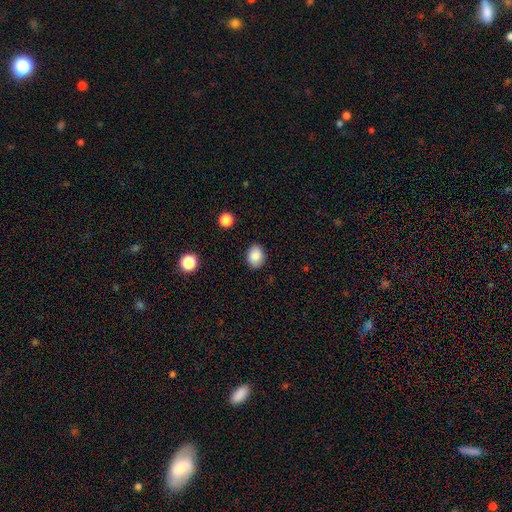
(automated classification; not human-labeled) A smooth galaxy with no disk features (87%) that is in between round and cigar-shaped (60%). Merging: none (86%).